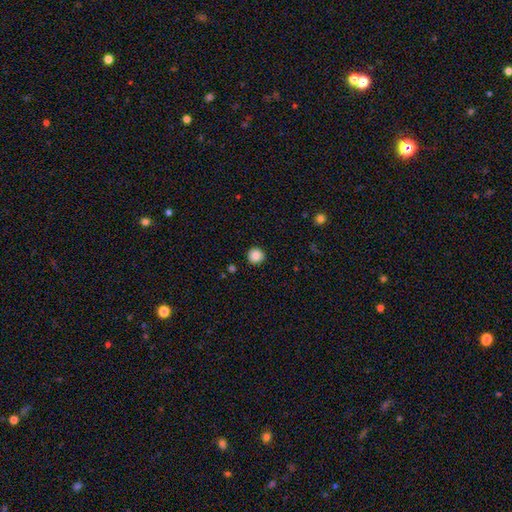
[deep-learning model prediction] Q: Smooth or featured?
A: smooth (86%); runner-up: star or artifact (9%)
Q: How rounded?
A: round (95%); runner-up: in between (5%)
Q: Merging?
A: none (91%); runner-up: minor disturbance (6%)